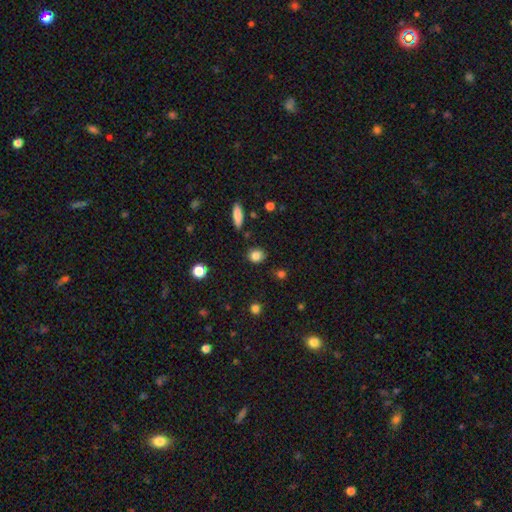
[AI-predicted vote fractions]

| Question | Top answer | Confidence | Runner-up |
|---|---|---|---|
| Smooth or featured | smooth | 84% | star or artifact (10%) |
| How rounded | round | 72% | in between (26%) |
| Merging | none | 83% | minor disturbance (11%) |